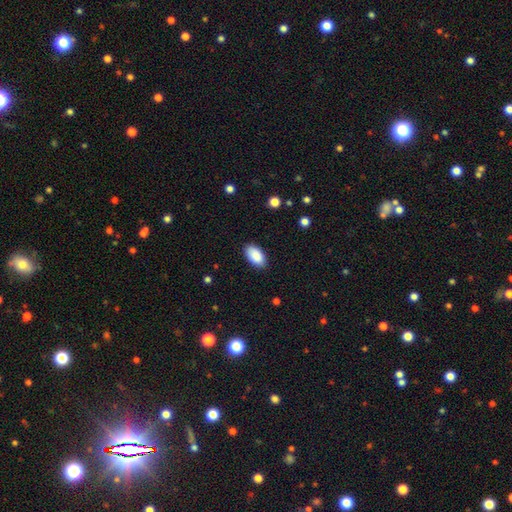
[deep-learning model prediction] This appears to be a smooth galaxy with no disk features (89%) that is in between round and cigar-shaped (95%). Merging: none (86%).